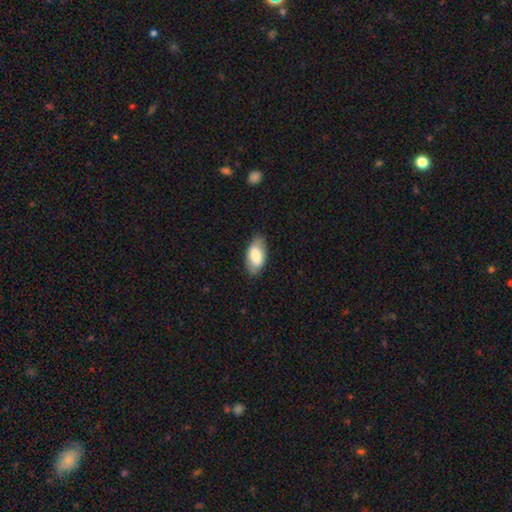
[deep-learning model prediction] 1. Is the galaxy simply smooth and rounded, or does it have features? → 77% smooth, 17% featured or disk, 6% star or artifact.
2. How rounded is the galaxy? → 93% in between, 4% cigar-shaped, 3% round.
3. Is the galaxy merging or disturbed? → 80% none, 16% minor disturbance, 3% major disturbance, 1% merger.